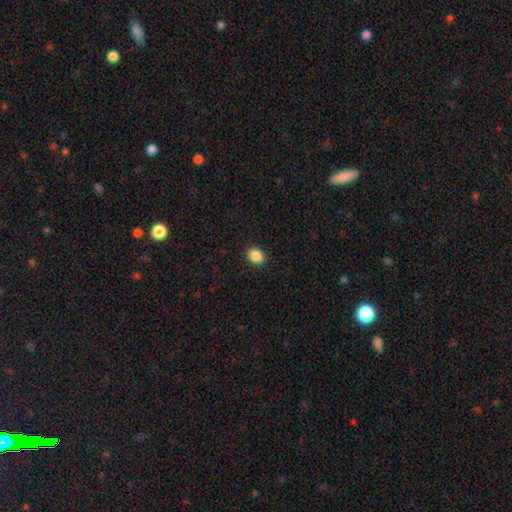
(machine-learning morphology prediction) This appears to be a smooth galaxy with no disk features (87%) that is round (66%). Merging: none (91%).